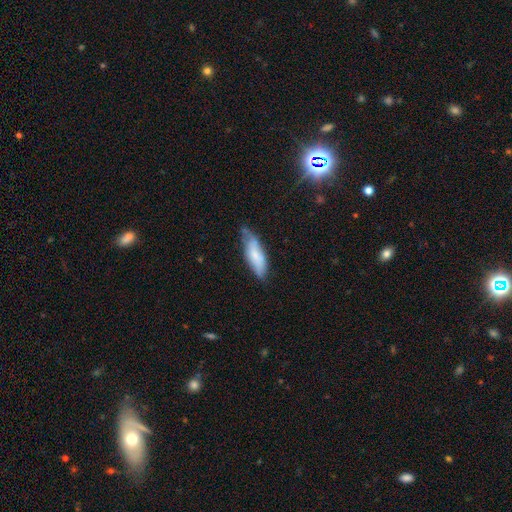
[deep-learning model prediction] This appears to be a smooth galaxy with no disk features (69%) that is in between round and cigar-shaped (55%). Merging: none (54%).